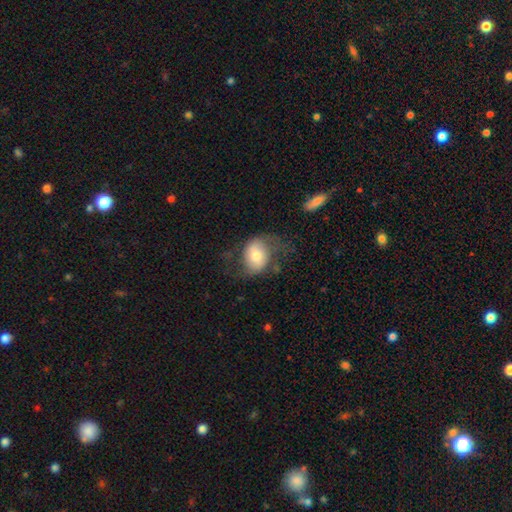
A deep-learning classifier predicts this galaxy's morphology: smooth_or_featured: smooth (p=0.54) [alt: featured or disk p=0.39]
how_rounded: in between (p=0.57) [alt: round p=0.42]
merging: none (p=0.50) [alt: minor disturbance p=0.25]